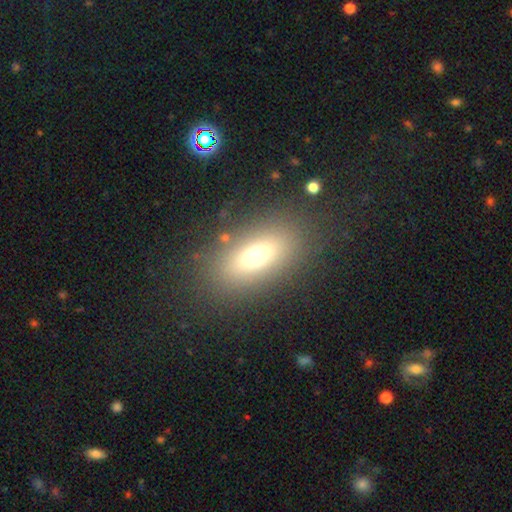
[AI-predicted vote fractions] smooth_or_featured: smooth (p=0.67) [alt: featured or disk p=0.20]
how_rounded: in between (p=0.79) [alt: cigar-shaped p=0.14]
merging: none (p=0.83) [alt: minor disturbance p=0.10]